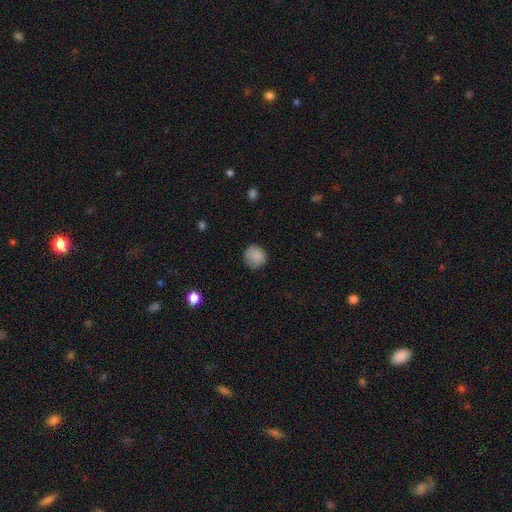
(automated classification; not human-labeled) Smooth or featured? smooth (86%)
How rounded? round (89%)
Merging? none (81%)